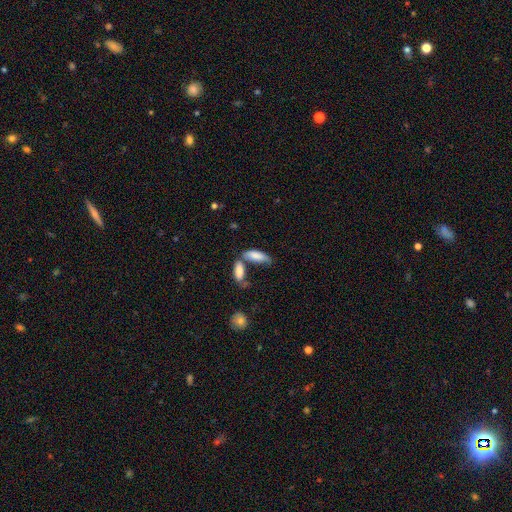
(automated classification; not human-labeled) Smooth or featured: smooth — 81% (featured or disk — 13%)
How rounded: in between — 70% (cigar-shaped — 28%)
Merging: merger — 40% (none — 37%)